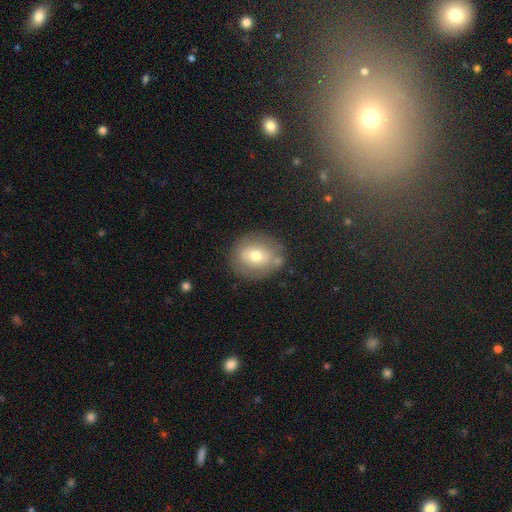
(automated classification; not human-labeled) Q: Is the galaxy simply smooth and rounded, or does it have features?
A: smooth — 60%.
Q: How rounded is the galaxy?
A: round — 72%.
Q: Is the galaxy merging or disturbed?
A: none — 75%.